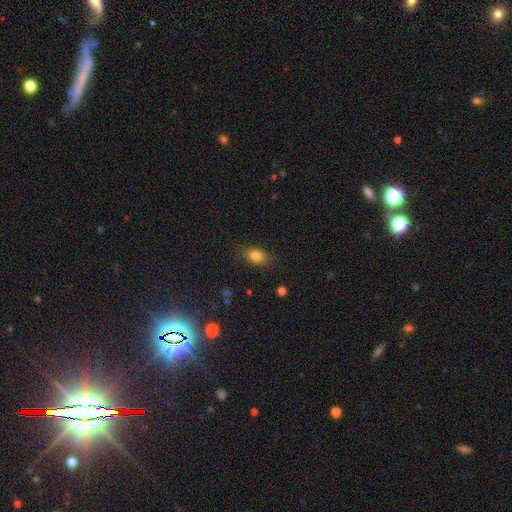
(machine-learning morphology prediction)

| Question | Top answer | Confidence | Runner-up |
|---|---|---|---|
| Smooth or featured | smooth | 82% | star or artifact (10%) |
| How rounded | in between | 77% | round (20%) |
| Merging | none | 80% | minor disturbance (15%) |